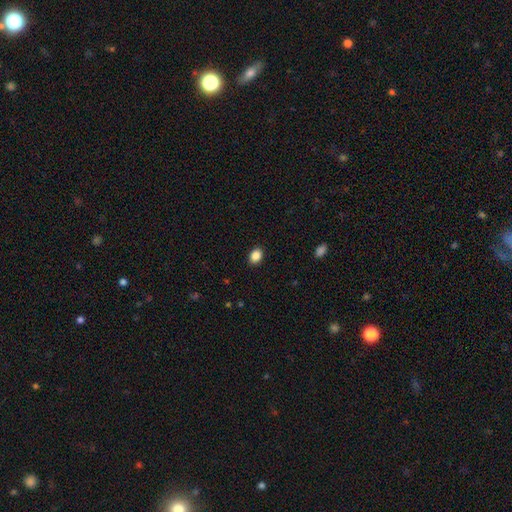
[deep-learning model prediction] This appears to be a smooth galaxy with no disk features (87%) that is in between round and cigar-shaped (66%). Merging: none (90%).